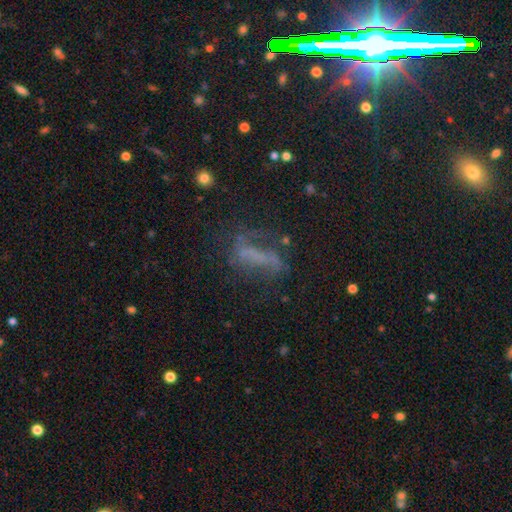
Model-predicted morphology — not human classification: This is marginally a featured or disk galaxy (40%). Merging: possibly none (47%).